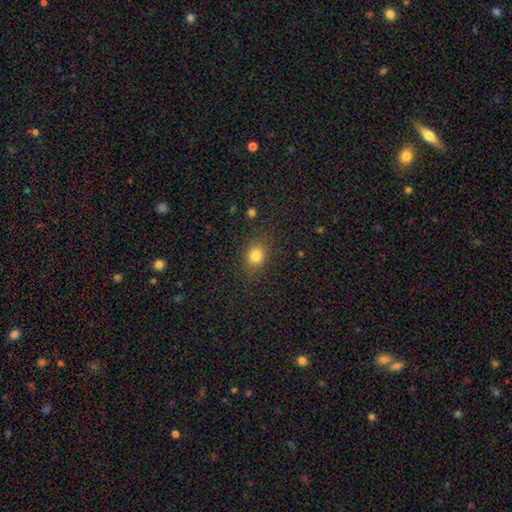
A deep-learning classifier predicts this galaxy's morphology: smooth-or-featured: smooth: 81% | star or artifact: 13% | featured or disk: 6%
  how-rounded: round: 58% | in between: 40% | cigar-shaped: 1%
  merging: none: 84% | minor disturbance: 11% | major disturbance: 4% | merger: 1%